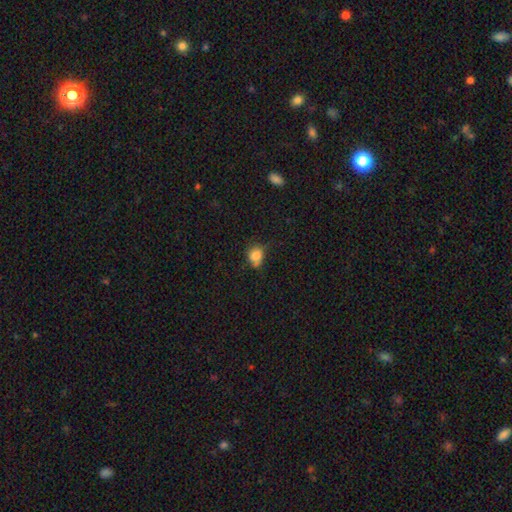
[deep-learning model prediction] Morphology: type=smooth (80%); roundness=round (61%); merging=none (46%).